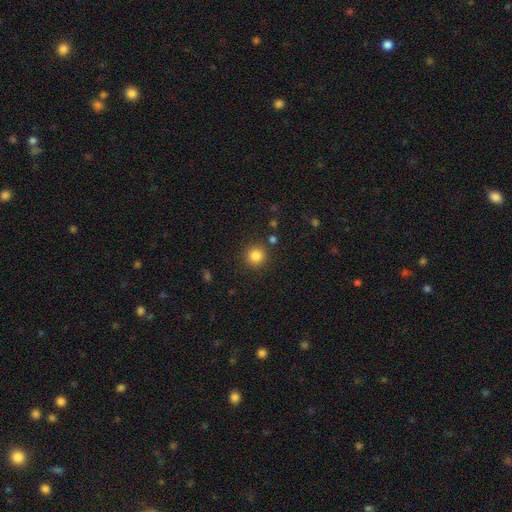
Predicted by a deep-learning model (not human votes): This is clearly a smooth galaxy (84%). How rounded: clearly round (94%). Merging: clearly none (89%).